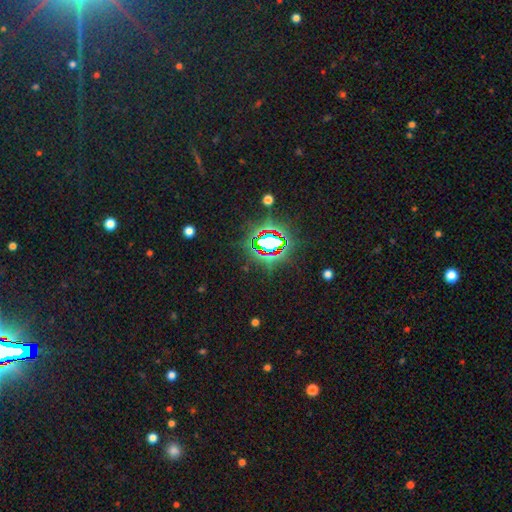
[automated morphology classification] smooth-or-featured: star or artifact: 82% | smooth: 11% | featured or disk: 7%